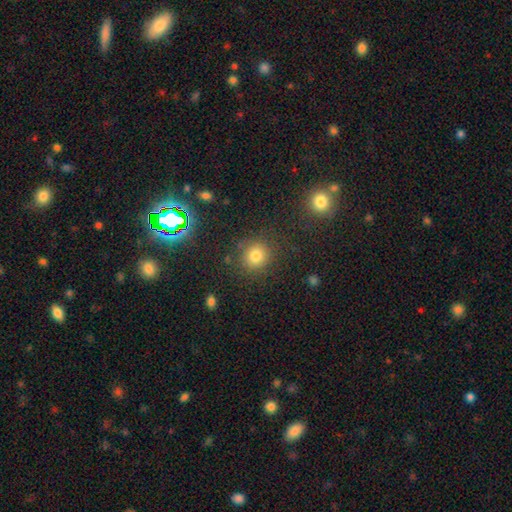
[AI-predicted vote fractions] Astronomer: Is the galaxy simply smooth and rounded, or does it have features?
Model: smooth — 76%.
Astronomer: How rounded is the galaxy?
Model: round — 87%.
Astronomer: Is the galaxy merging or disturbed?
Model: none — 83%.